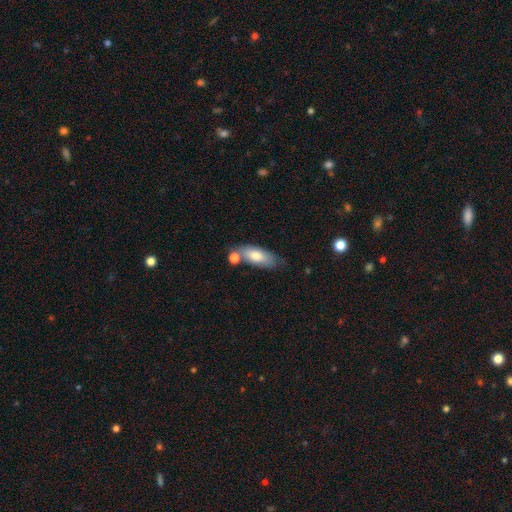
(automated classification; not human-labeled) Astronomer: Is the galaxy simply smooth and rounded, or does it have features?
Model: smooth — 74%.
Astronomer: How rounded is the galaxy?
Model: in between — 78%.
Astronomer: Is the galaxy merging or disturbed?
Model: none — 57%.